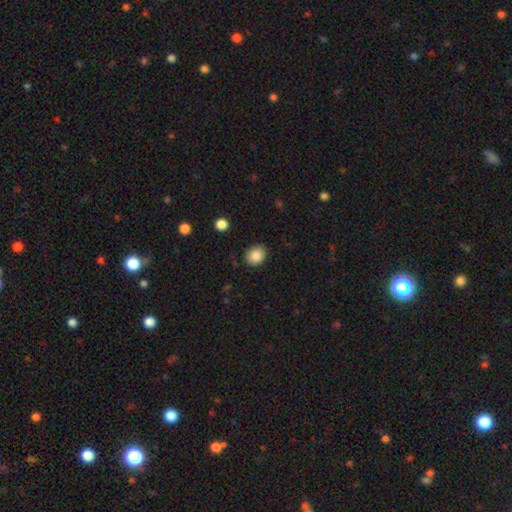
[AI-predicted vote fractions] Overall: smooth (86%). How rounded: round (67%; in between 32%). Merging: none (87%).